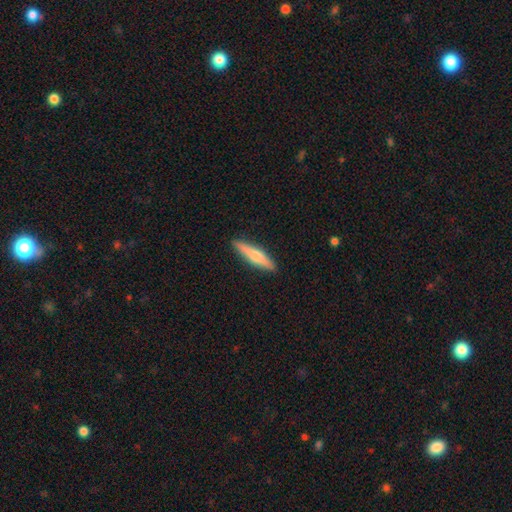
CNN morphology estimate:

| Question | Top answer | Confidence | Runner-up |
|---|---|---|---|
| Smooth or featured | smooth | 54% | featured or disk (41%) |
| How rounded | cigar-shaped | 85% | in between (14%) |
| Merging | none | 91% | minor disturbance (7%) |